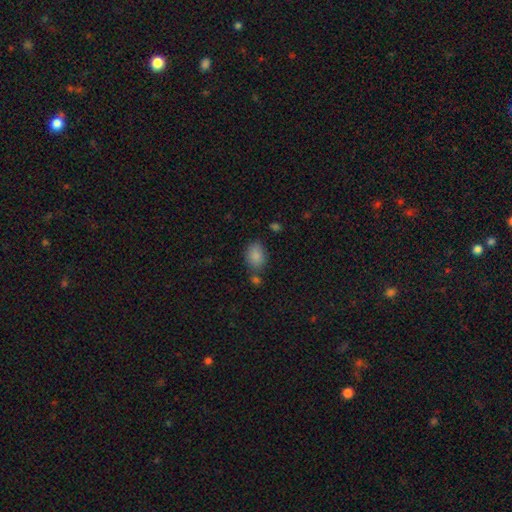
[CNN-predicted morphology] This appears to be a smooth galaxy with no disk features (86%) that is in between round and cigar-shaped (80%). Merging: none (67%).